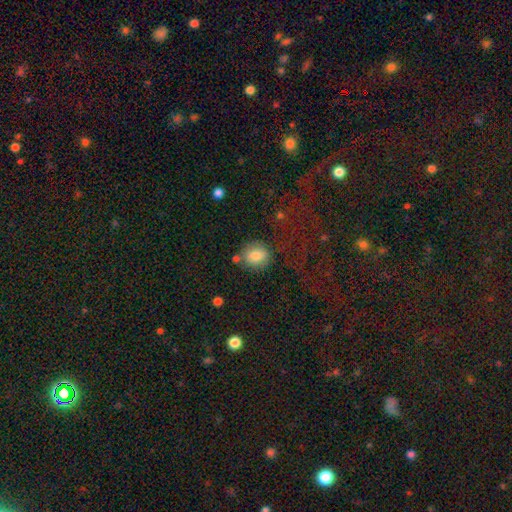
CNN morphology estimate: smooth 81%, star or artifact 10%, featured or disk 9%. Down the decision tree: how rounded — round (67%); merging — none (71%).